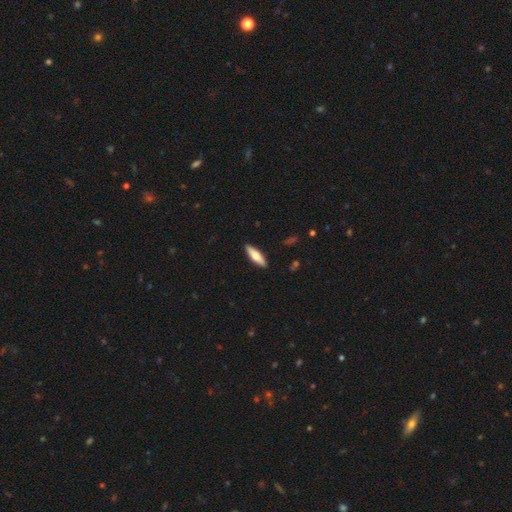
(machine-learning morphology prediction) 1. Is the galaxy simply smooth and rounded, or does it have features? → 64% smooth, 30% featured or disk, 5% star or artifact.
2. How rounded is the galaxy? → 57% cigar-shaped, 41% in between, 2% round.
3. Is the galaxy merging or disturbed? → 90% none, 7% minor disturbance, 1% major disturbance, 1% merger.